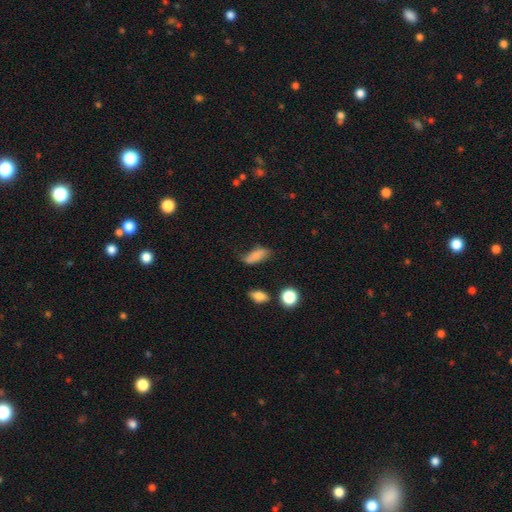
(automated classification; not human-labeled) This is likely a smooth galaxy (77%). How rounded: likely in between (76%). Merging: possibly none (50%).